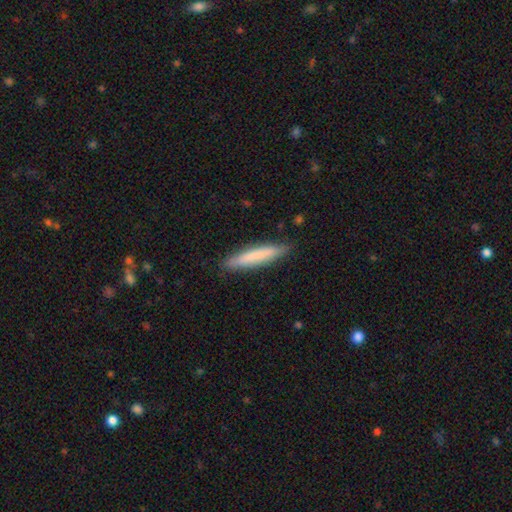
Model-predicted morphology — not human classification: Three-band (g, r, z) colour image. It shows a smooth galaxy with no disk features (74%) that is cigar-shaped (91%). Merging: none (87%).